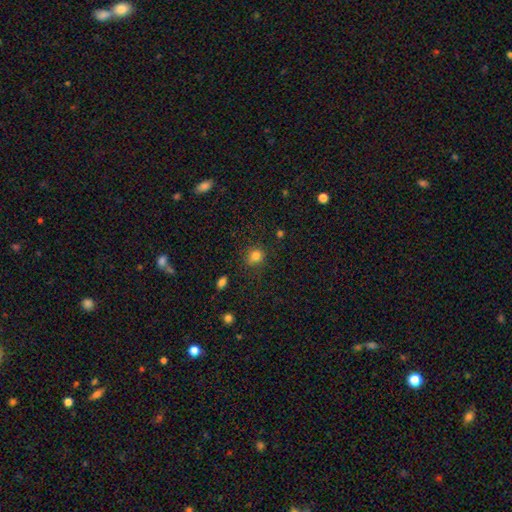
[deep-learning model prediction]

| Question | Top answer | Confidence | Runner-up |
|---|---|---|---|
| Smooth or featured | smooth | 81% | star or artifact (13%) |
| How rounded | round | 71% | in between (28%) |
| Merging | none | 79% | minor disturbance (15%) |